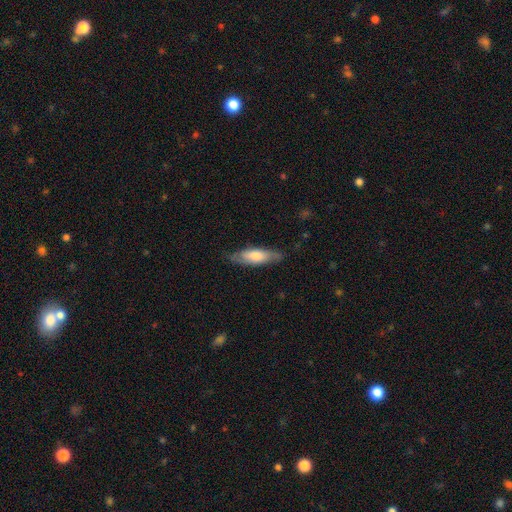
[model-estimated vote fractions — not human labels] Smooth or featured? Predicted: smooth (p=0.62). How rounded? Predicted: cigar-shaped (p=0.52). Merging? Predicted: none (p=0.76).